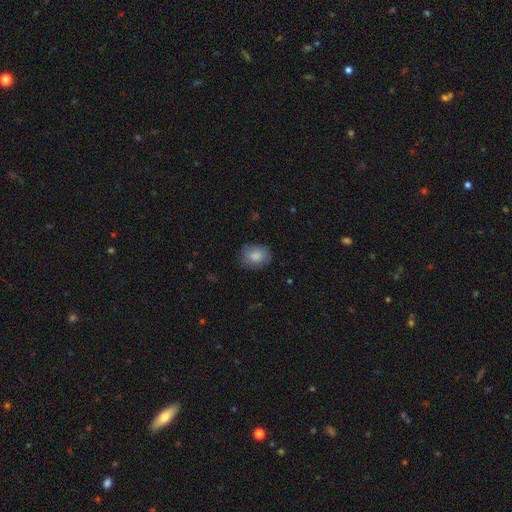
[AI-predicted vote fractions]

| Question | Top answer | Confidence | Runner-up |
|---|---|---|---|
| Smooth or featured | smooth | 85% | featured or disk (8%) |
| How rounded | in between | 50% | round (49%) |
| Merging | none | 80% | minor disturbance (15%) |